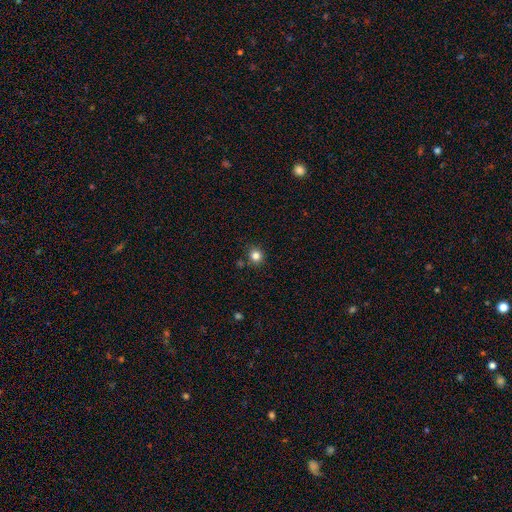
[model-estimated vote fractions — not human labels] Smooth or featured? smooth (82%)
How rounded? round (89%)
Merging? none (85%)